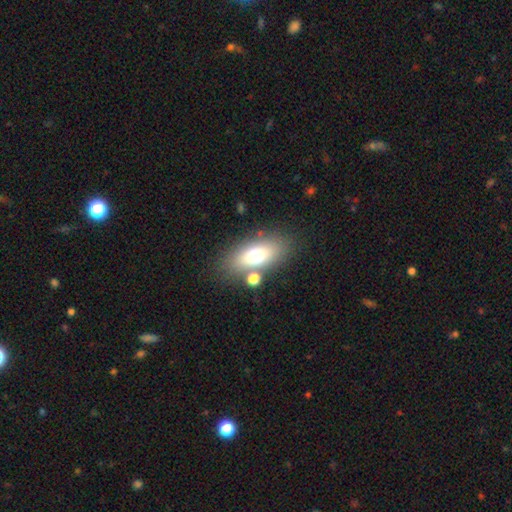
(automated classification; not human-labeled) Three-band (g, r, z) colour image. It shows a smooth galaxy with no disk features (67%) that is in between round and cigar-shaped (80%). Merging: none (73%).